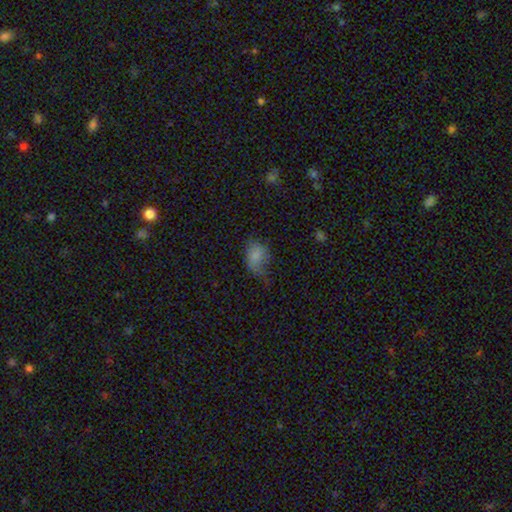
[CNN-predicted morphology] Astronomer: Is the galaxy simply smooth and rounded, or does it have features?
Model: smooth — 74%.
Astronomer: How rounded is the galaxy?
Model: in between — 78%.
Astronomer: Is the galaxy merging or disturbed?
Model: minor disturbance — 36% (runner-up: none, 35%).